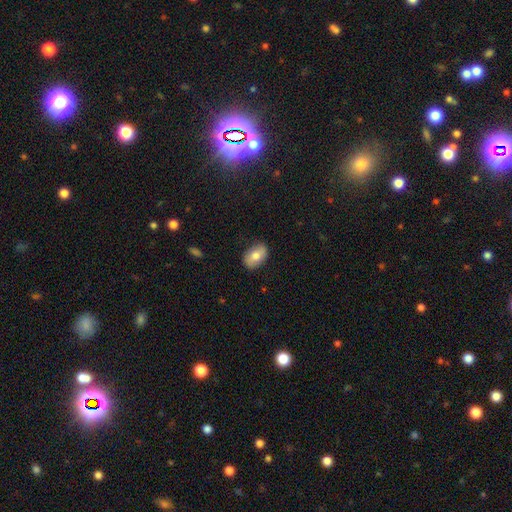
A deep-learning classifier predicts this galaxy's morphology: Smooth or featured? smooth (74%)
How rounded? in between (87%)
Merging? none (84%)